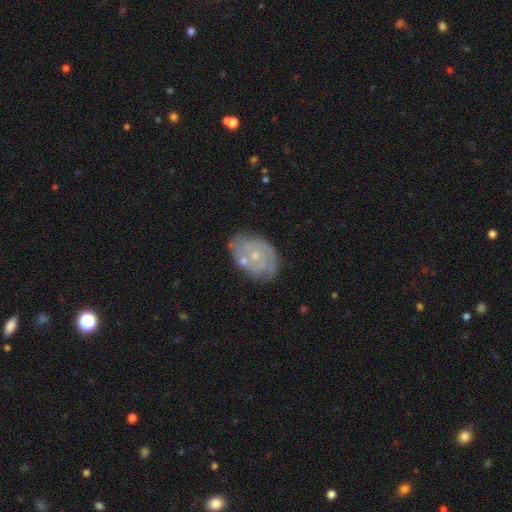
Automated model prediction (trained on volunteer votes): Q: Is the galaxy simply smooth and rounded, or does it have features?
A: featured or disk — 70%.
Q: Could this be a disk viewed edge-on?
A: no — 97%.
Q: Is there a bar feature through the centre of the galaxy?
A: no — 80%.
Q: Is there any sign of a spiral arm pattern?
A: yes — 78%.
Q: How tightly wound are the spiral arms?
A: tight — 64%.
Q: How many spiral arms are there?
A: can't tell — 44%.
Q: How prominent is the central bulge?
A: small — 73%.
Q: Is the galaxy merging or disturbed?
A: none — 65%.